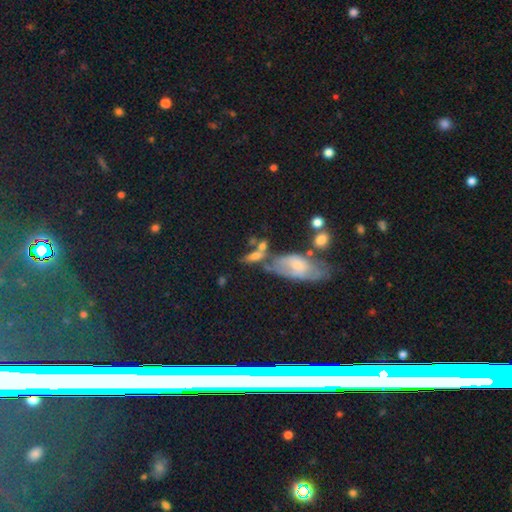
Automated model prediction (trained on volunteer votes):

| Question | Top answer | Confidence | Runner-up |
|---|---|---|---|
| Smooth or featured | smooth | 60% | featured or disk (29%) |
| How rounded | in between | 69% | cigar-shaped (24%) |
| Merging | merger | 36% | none (35%) |